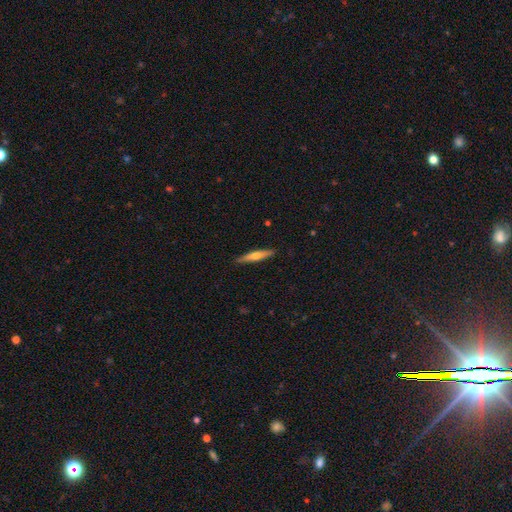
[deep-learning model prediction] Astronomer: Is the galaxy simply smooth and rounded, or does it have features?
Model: smooth — 52% (runner-up: featured or disk, 42%).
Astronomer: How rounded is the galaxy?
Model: cigar-shaped — 90%.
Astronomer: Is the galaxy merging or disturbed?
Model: none — 90%.